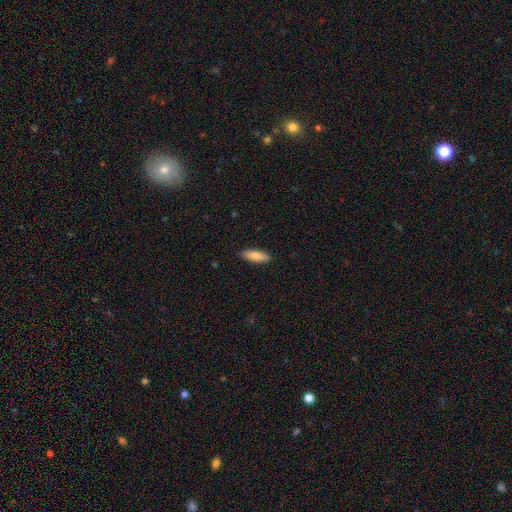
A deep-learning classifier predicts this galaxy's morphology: This appears to be a smooth galaxy with no disk features (84%) that is in between round and cigar-shaped (54%). Merging: none (90%).